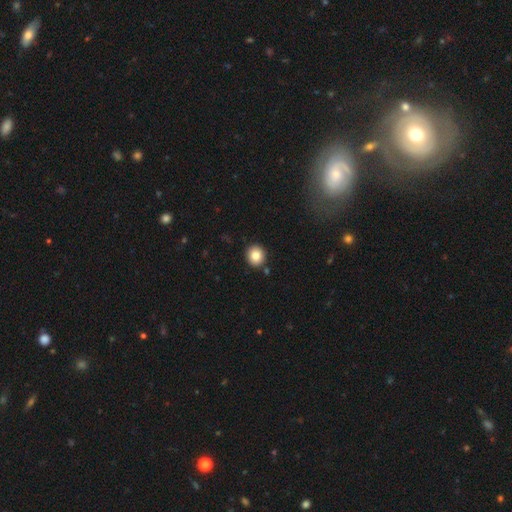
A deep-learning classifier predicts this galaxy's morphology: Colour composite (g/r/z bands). It shows a smooth galaxy with no disk features (83%) that is round (88%). Merging: none (89%).